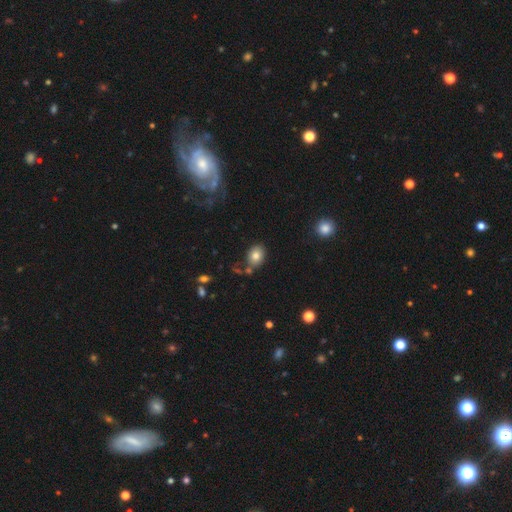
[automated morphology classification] smooth-or-featured: smooth: 80% | star or artifact: 10% | featured or disk: 10%
  how-rounded: in between: 54% | round: 45% | cigar-shaped: 1%
  merging: none: 73% | minor disturbance: 14% | merger: 10% | major disturbance: 4%